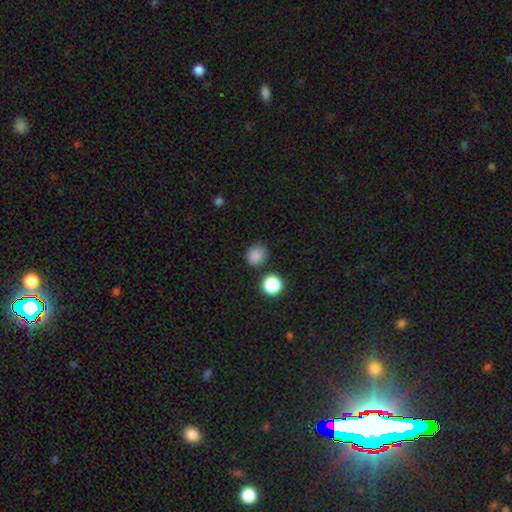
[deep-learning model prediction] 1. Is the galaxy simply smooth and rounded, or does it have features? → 83% smooth, 13% star or artifact, 4% featured or disk.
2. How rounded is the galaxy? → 85% round, 14% in between, 1% cigar-shaped.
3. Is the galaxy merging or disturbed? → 83% none, 10% minor disturbance, 5% merger, 3% major disturbance.